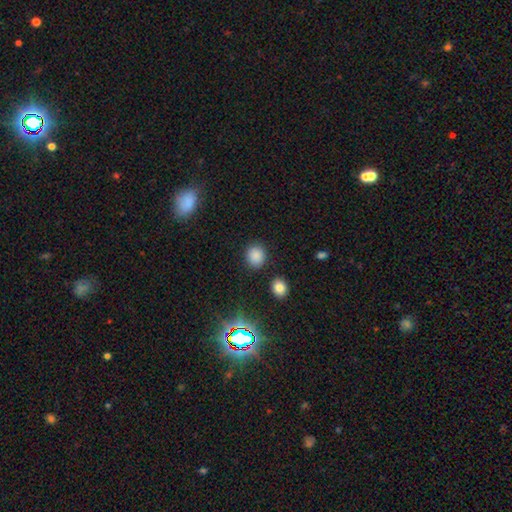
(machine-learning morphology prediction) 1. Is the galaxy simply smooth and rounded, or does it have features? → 84% smooth, 12% star or artifact, 4% featured or disk.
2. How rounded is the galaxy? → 73% round, 26% in between, 1% cigar-shaped.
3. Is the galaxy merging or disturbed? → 86% none, 8% minor disturbance, 3% major disturbance, 3% merger.